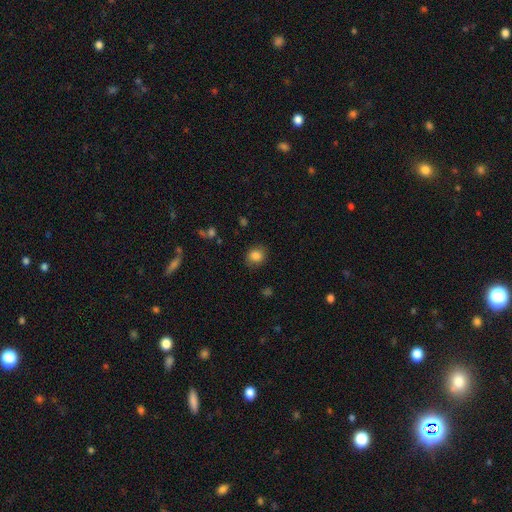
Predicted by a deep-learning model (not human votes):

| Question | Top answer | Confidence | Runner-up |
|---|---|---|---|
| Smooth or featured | smooth | 84% | star or artifact (10%) |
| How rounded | round | 72% | in between (27%) |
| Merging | none | 83% | minor disturbance (12%) |